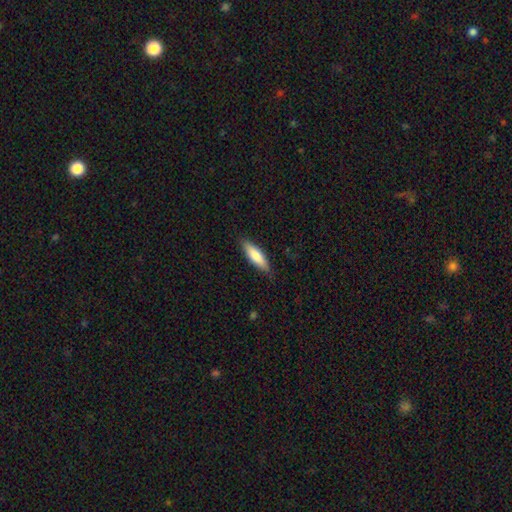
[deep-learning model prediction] This appears to be a smooth galaxy with no disk features (79%) that is cigar-shaped (55%). Merging: none (83%).